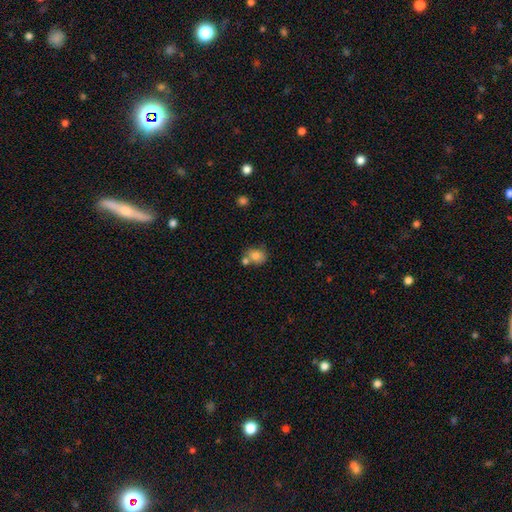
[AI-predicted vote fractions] Smooth or featured? smooth (79%)
How rounded? round (57%)
Merging? none (48%)